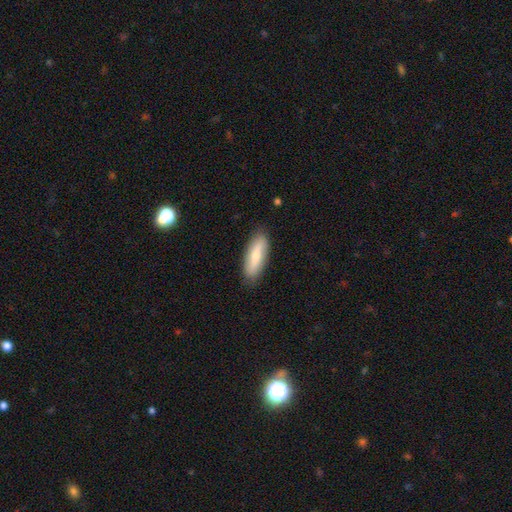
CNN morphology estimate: smooth-or-featured: smooth: 65% | featured or disk: 30% | star or artifact: 6%
  how-rounded: in between: 59% | cigar-shaped: 39% | round: 2%
  merging: none: 85% | minor disturbance: 11% | major disturbance: 2% | merger: 1%